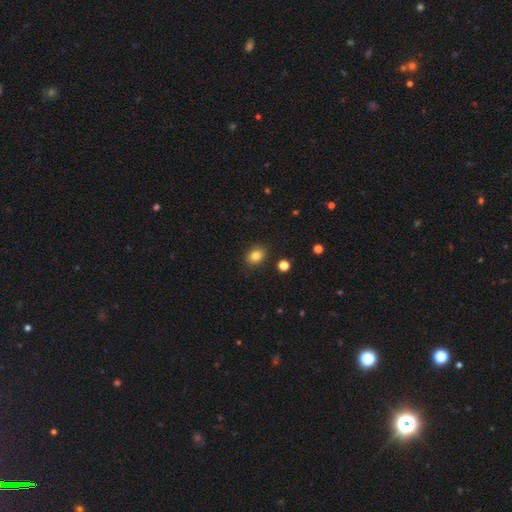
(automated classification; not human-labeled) A smooth galaxy with no disk features (82%) that is in between round and cigar-shaped (56%).

Vote fractions:
- Smooth or featured? smooth: 82% / star or artifact: 11% / featured or disk: 7%
- How rounded? in between: 56% / round: 43% / cigar-shaped: 1%
- Merging? none: 88% / minor disturbance: 8% / major disturbance: 2% / merger: 2%